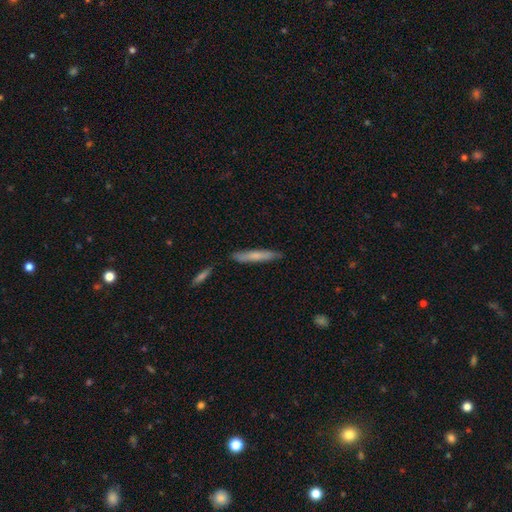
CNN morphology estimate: type=smooth (69%); roundness=cigar-shaped (93%); merging=none (85%).